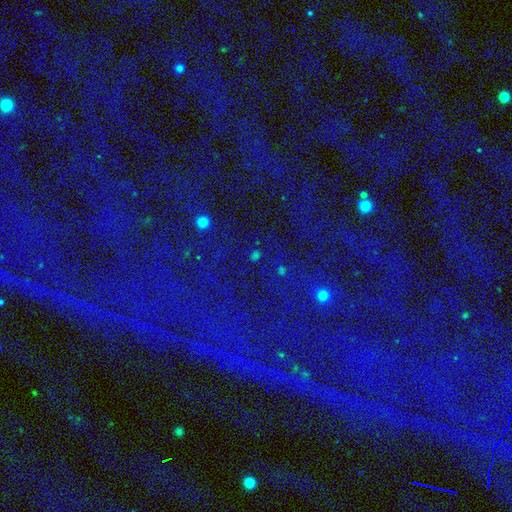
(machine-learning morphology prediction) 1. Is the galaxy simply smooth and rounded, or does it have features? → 81% star or artifact, 10% smooth, 8% featured or disk.